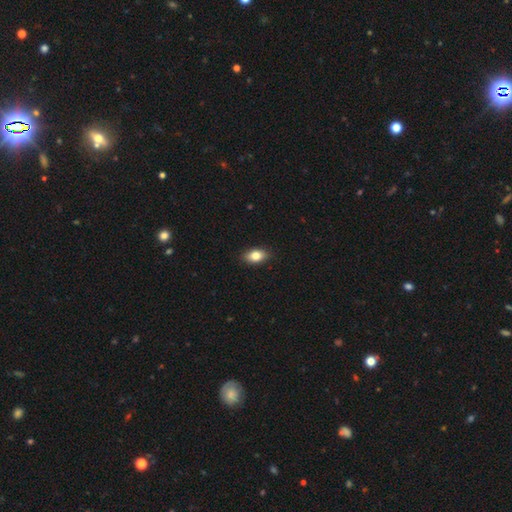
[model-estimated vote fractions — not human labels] Smooth or featured: smooth — 81% (featured or disk — 11%)
How rounded: in between — 87% (round — 10%)
Merging: none — 88% (minor disturbance — 9%)